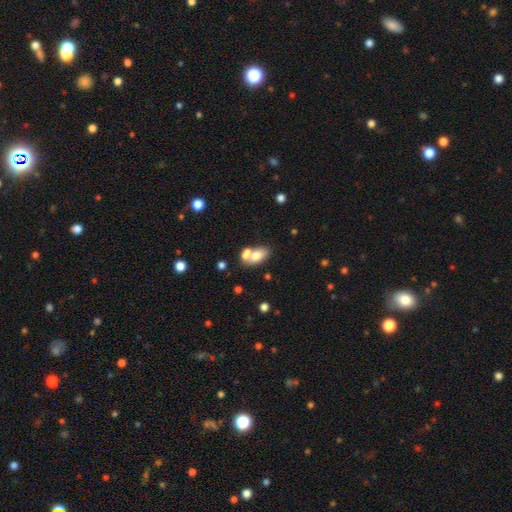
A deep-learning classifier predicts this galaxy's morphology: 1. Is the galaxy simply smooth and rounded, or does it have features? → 71% smooth, 21% featured or disk, 9% star or artifact.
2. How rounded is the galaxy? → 88% in between, 9% round, 3% cigar-shaped.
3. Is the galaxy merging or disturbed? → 50% merger, 35% none, 11% minor disturbance, 5% major disturbance.